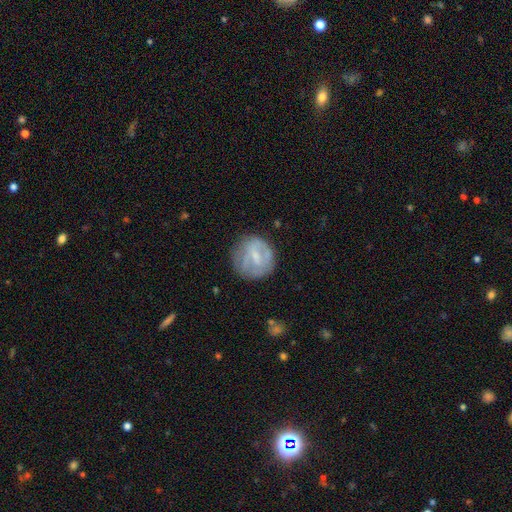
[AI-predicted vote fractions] Smooth or featured?
  - featured or disk: 53% *
  - smooth: 40%
  - star or artifact: 7%
Edge-on disk?
  - no: 97% *
  - yes: 3%
Bar?
  - weak: 50% *
  - no: 28%
  - strong: 22%
Spiral arms?
  - yes: 52% *
  - no: 48%
Bulge size?
  - small: 49% *
  - moderate: 29%
  - none: 18%
  - large: 2%
  - dominant: 1%
Merging?
  - none: 68% *
  - minor disturbance: 20%
  - major disturbance: 10%
  - merger: 2%